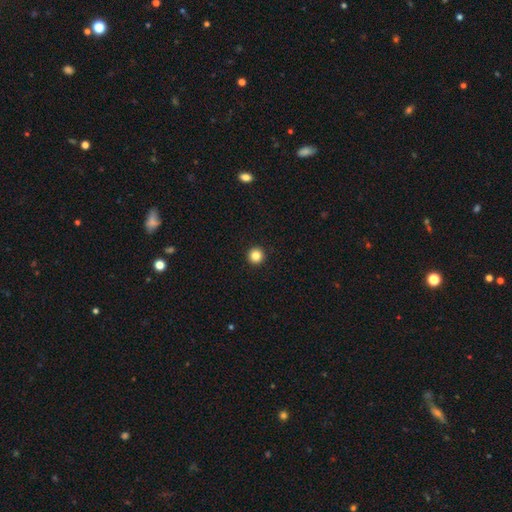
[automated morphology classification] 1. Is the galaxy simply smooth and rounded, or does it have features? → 85% smooth, 11% star or artifact, 4% featured or disk.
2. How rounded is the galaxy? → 96% round, 3% in between, 1% cigar-shaped.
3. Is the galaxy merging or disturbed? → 94% none, 4% minor disturbance, 1% major disturbance, 1% merger.